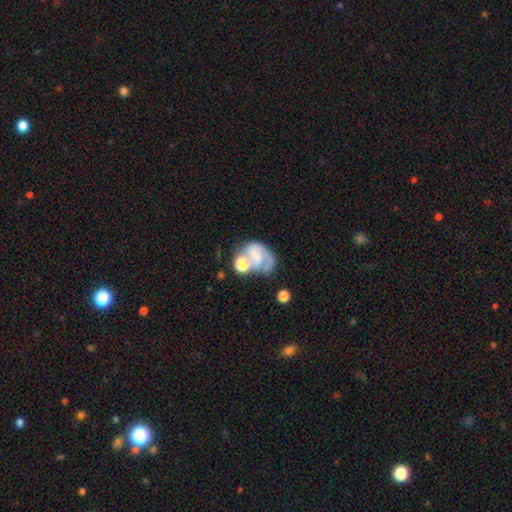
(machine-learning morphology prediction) smooth_or_featured: featured or disk (p=0.51) [alt: smooth p=0.38]
disk_edge_on: no (p=0.97) [alt: yes p=0.03]
merging: merger (p=0.29) [alt: none p=0.26]